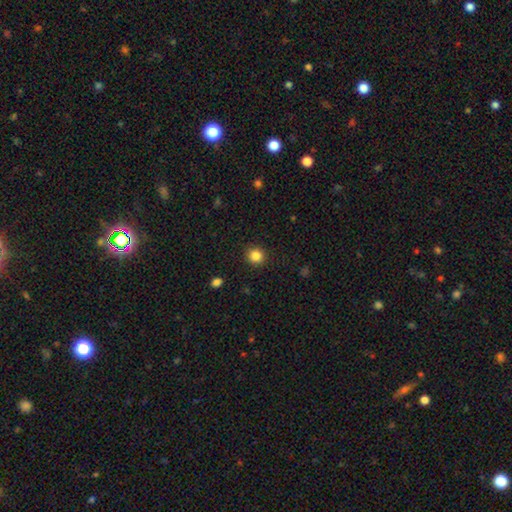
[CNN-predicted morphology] A smooth galaxy with no disk features (85%) that is round (91%).

Vote fractions:
- Smooth or featured? smooth: 85% / star or artifact: 11% / featured or disk: 4%
- How rounded? round: 91% / in between: 8% / cigar-shaped: 1%
- Merging? none: 91% / minor disturbance: 6% / major disturbance: 2% / merger: 1%